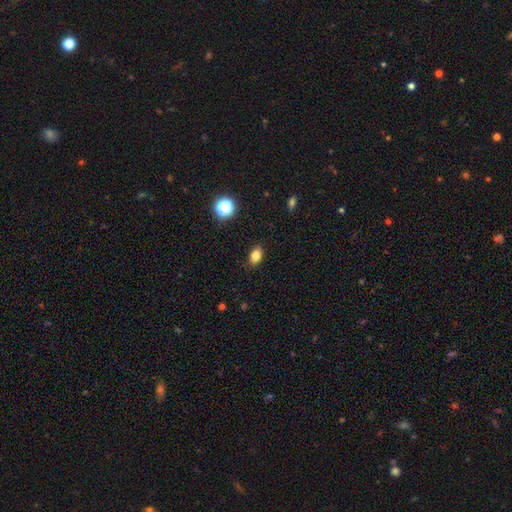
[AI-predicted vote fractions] This appears to be a smooth galaxy with no disk features (81%) that is in between round and cigar-shaped (81%). Merging: none (85%).